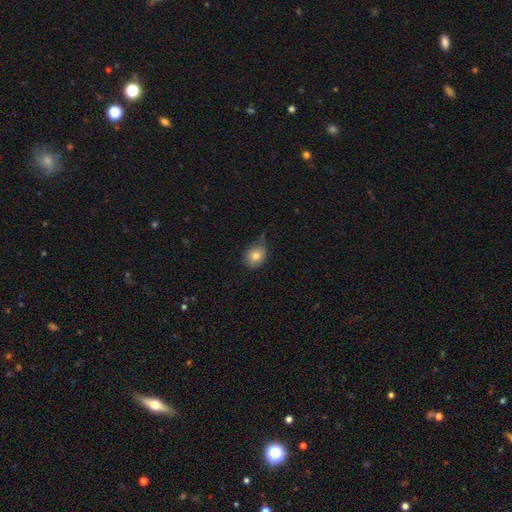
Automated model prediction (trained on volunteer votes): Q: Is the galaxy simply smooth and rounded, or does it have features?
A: smooth — 79%.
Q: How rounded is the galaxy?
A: round — 63%.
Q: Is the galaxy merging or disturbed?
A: none — 50%.